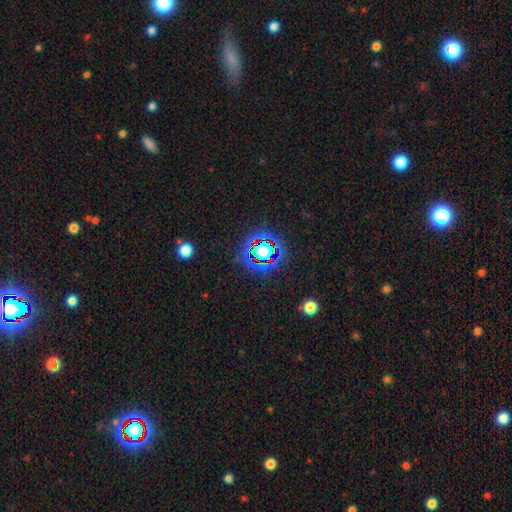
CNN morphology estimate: This is likely a star or artifact rather than a galaxy (78%).